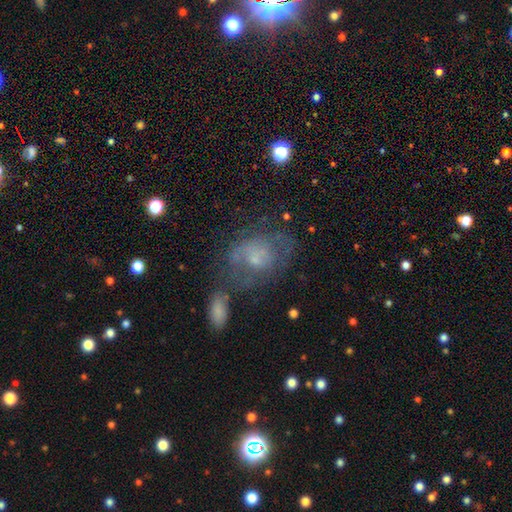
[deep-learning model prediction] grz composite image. It shows a featured or disk galaxy (49%). Merging: none (38%).